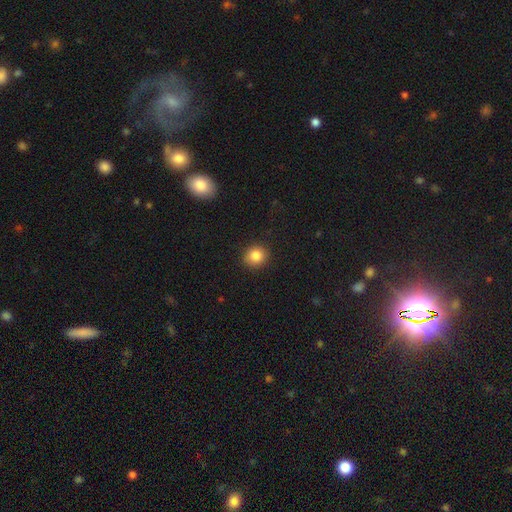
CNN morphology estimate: Smooth or featured? smooth (85%)
How rounded? round (84%)
Merging? none (89%)